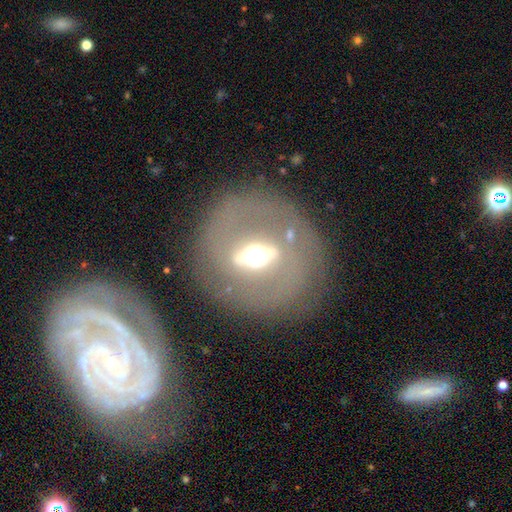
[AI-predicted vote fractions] featured or disk 70%, smooth 19%, star or artifact 10%. Down the decision tree: edge-on disk — no (64%); merging — none (73%).